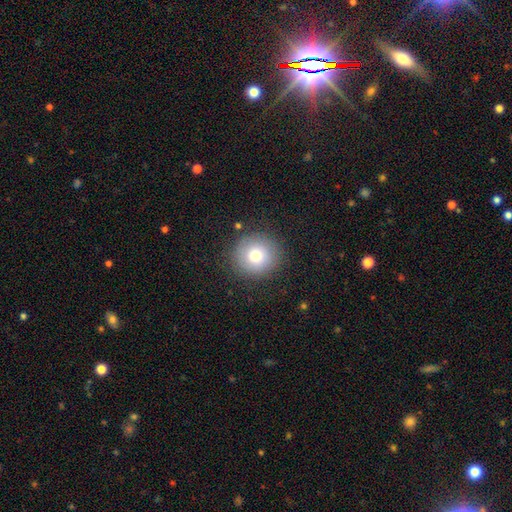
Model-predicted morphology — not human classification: Overall: smooth (77%). How rounded: round (93%). Merging: none (86%).